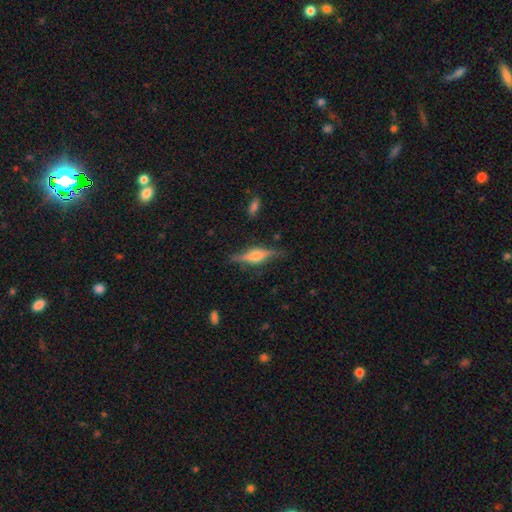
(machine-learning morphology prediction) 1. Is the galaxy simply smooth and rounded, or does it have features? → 70% featured or disk, 23% smooth, 7% star or artifact.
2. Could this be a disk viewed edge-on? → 96% yes, 4% no.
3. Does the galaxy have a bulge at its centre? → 82% rounded, 15% boxy, 3% none.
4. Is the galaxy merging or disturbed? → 82% none, 13% minor disturbance, 3% major disturbance, 2% merger.